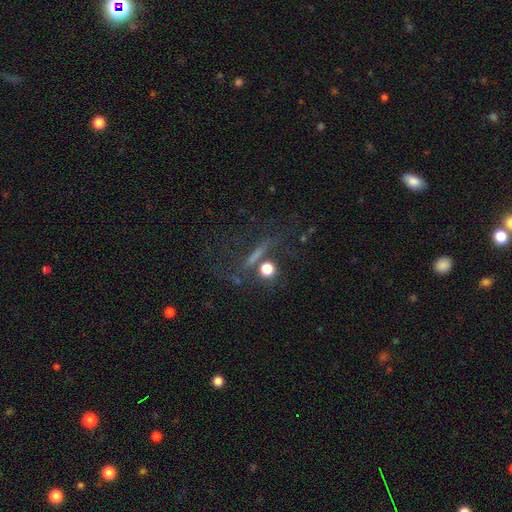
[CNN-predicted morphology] smooth-or-featured: featured or disk: 36% | star or artifact: 32% | smooth: 32%
  merging: none: 55% | major disturbance: 21% | minor disturbance: 14% | merger: 10%